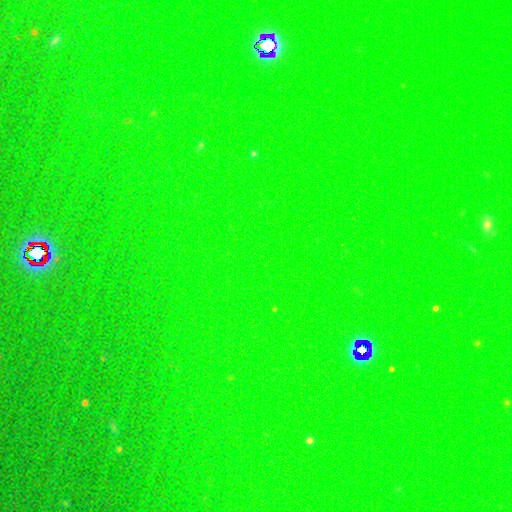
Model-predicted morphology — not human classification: Smooth or featured: star or artifact — 76% (smooth — 15%)